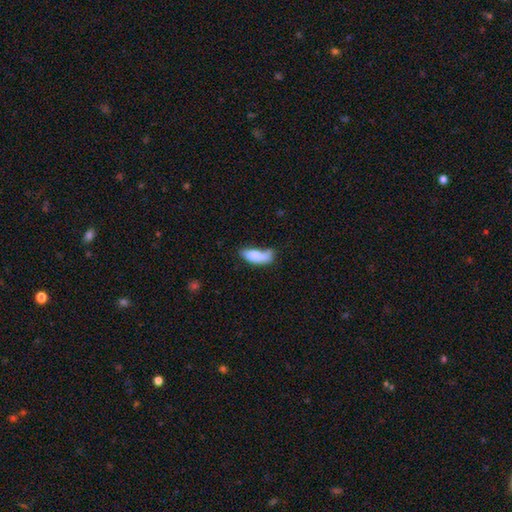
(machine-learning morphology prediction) Q: Smooth or featured?
A: smooth (80%); runner-up: featured or disk (13%)
Q: How rounded?
A: in between (74%); runner-up: cigar-shaped (24%)
Q: Merging?
A: none (36%); runner-up: minor disturbance (28%)